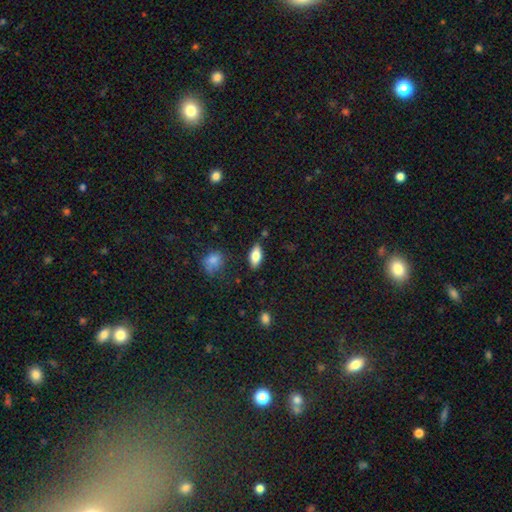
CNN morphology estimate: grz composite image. It shows a smooth galaxy with no disk features (75%) that is in between round and cigar-shaped (85%). Merging: none (83%).